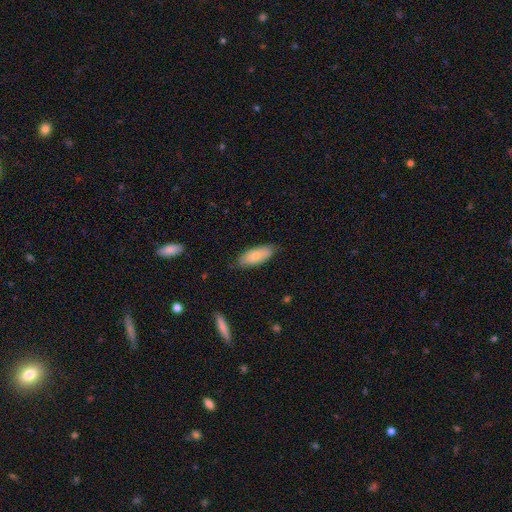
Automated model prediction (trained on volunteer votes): smooth-or-featured: smooth: 78% | featured or disk: 16% | star or artifact: 6%
  how-rounded: in between: 80% | cigar-shaped: 18% | round: 2%
  merging: none: 80% | minor disturbance: 17% | major disturbance: 3% | merger: 1%